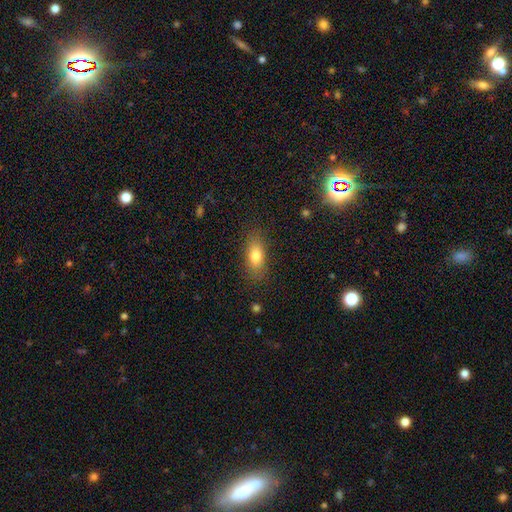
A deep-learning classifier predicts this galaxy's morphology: Q: Smooth or featured?
A: smooth (79%); runner-up: featured or disk (12%)
Q: How rounded?
A: in between (82%); runner-up: cigar-shaped (12%)
Q: Merging?
A: none (84%); runner-up: minor disturbance (11%)